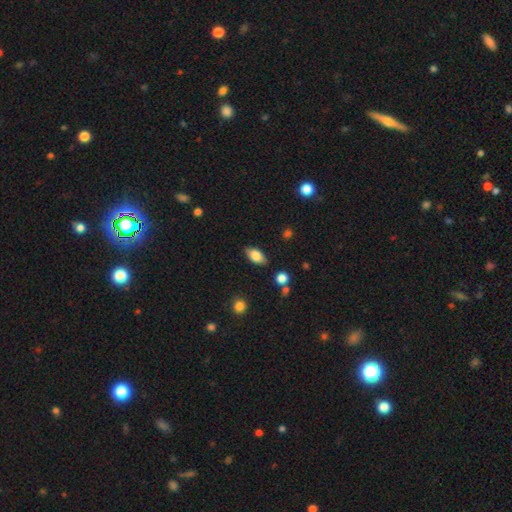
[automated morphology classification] This is clearly a smooth galaxy (81%). How rounded: clearly in between (90%). Merging: clearly none (85%).